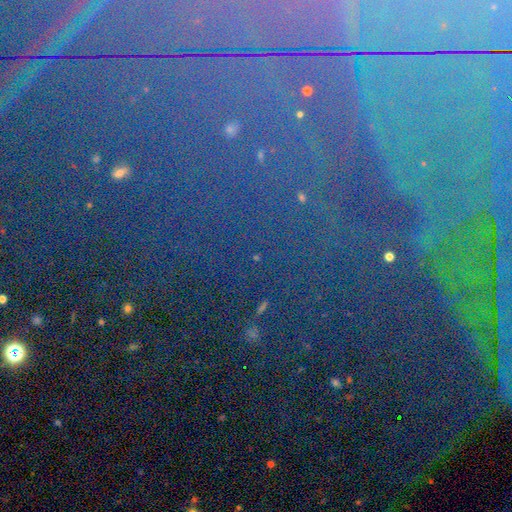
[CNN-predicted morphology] Smooth or featured?
  - star or artifact: 78% *
  - smooth: 11%
  - featured or disk: 11%